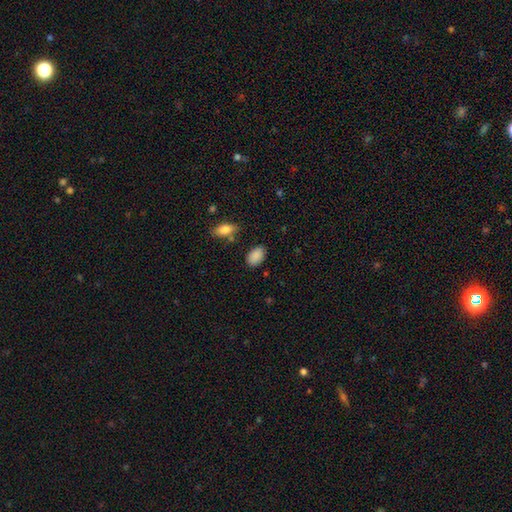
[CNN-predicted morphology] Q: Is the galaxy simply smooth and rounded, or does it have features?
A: smooth — 89%.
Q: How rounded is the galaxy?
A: in between — 91%.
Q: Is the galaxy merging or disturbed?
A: none — 81%.